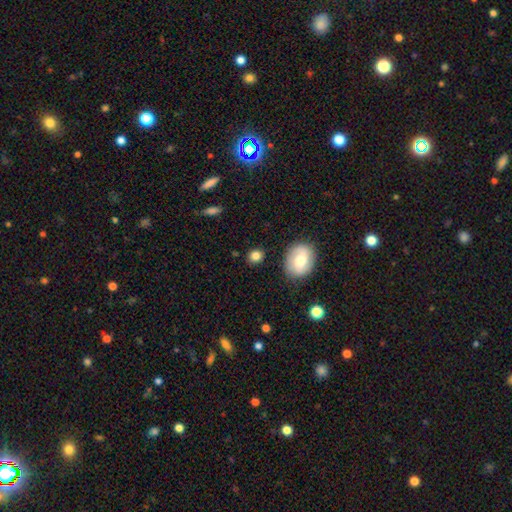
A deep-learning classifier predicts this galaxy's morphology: This appears to be a smooth galaxy with no disk features (82%) that is round (69%). Merging: none (83%).